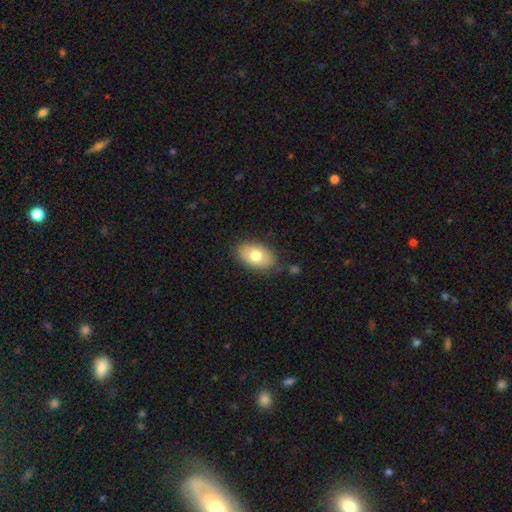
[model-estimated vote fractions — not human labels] Morphology: type=smooth (75%); roundness=in between (90%); merging=none (81%).